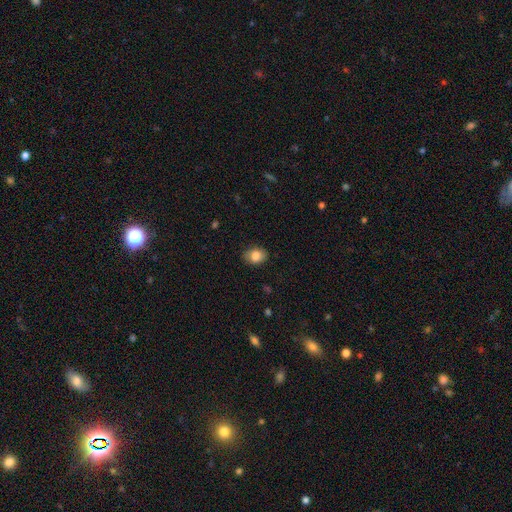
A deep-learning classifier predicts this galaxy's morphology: Q: Smooth or featured?
A: smooth (82%); runner-up: featured or disk (10%)
Q: How rounded?
A: in between (71%); runner-up: round (28%)
Q: Merging?
A: none (84%); runner-up: minor disturbance (13%)